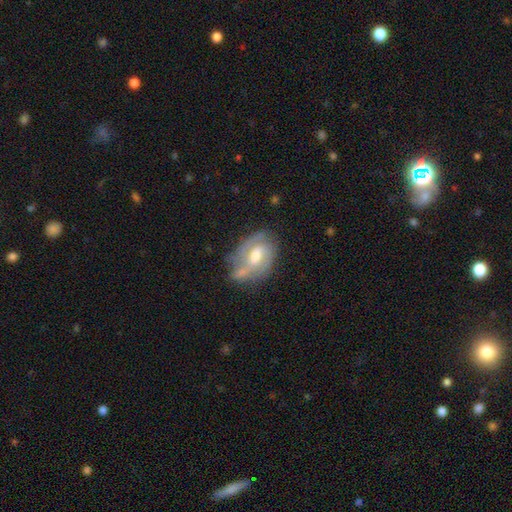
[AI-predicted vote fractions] The model was most divided on "spiral winding": medium: 44%, tight: 39%, loose: 17%. Remaining: edge-on disk — no (96%); spiral arms — yes (84%); smooth or featured — featured or disk (72%); bulge size — moderate (67%); spiral arm count — 2 (54%); bar — weak (52%); merging — none (49%).